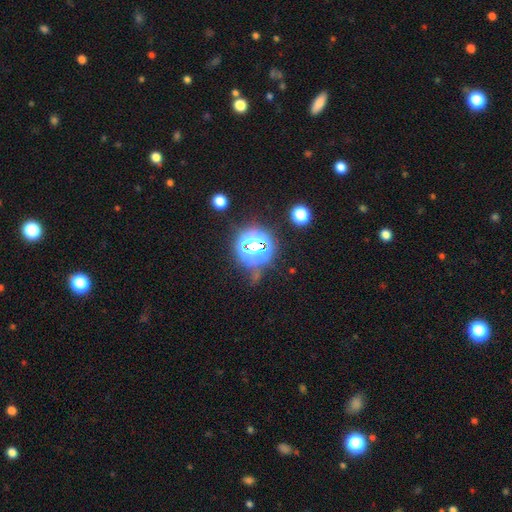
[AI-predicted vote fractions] star or artifact 81%, smooth 13%, featured or disk 7%.